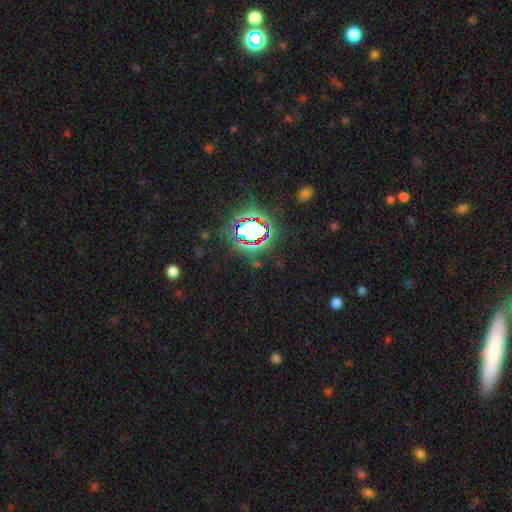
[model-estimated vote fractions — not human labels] Smooth or featured?
  - star or artifact: 81% *
  - smooth: 11%
  - featured or disk: 7%